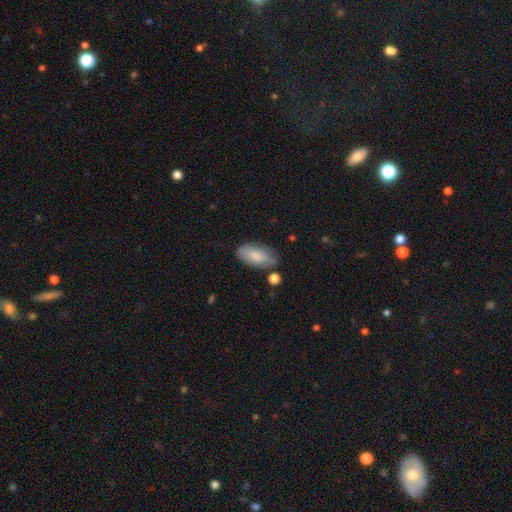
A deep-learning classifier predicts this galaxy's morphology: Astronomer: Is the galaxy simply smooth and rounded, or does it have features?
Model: smooth — 76%.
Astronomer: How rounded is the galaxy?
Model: in between — 92%.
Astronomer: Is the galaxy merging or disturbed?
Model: none — 64%.